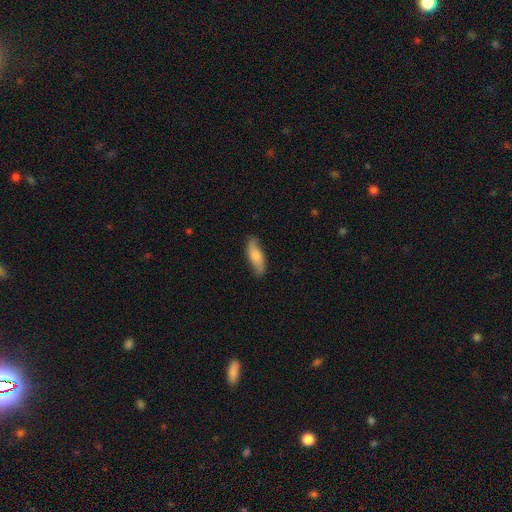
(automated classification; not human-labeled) This is likely a smooth galaxy (66%). How rounded: likely in between (61%). Merging: clearly none (81%).